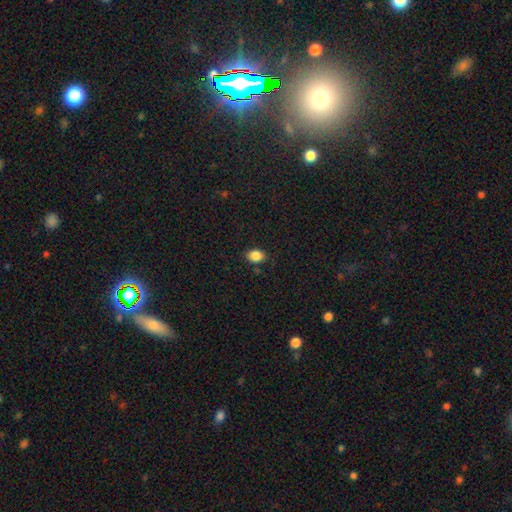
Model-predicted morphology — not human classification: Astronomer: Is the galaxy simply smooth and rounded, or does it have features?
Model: smooth — 86%.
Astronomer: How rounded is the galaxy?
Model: in between — 65%.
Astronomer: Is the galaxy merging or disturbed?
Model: none — 83%.